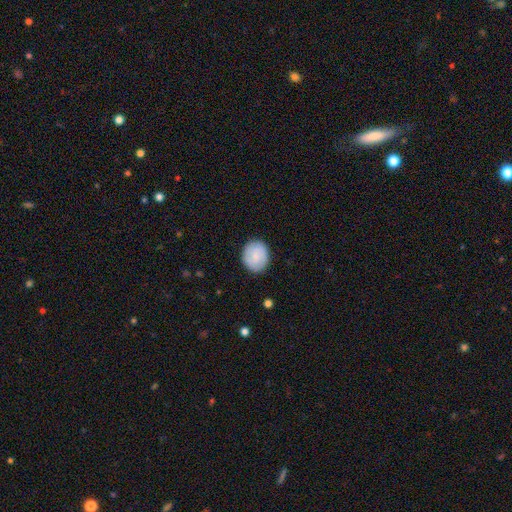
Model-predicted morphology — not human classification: Q: Smooth or featured?
A: smooth (77%); runner-up: featured or disk (17%)
Q: How rounded?
A: round (69%); runner-up: in between (30%)
Q: Merging?
A: none (86%); runner-up: minor disturbance (10%)